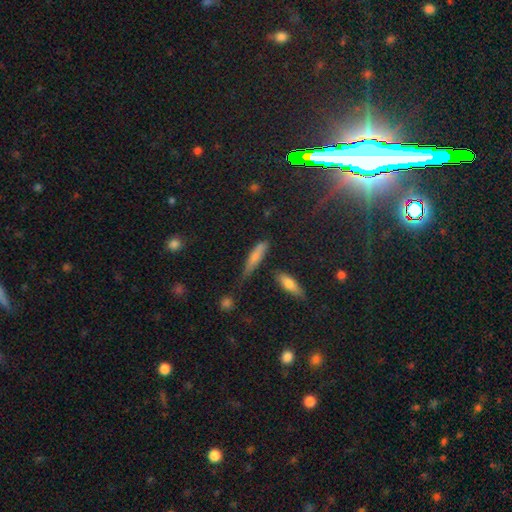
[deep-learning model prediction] smooth-or-featured: smooth: 70% | featured or disk: 19% | star or artifact: 10%
  how-rounded: cigar-shaped: 74% | in between: 22% | round: 4%
  merging: none: 57% | minor disturbance: 27% | major disturbance: 8% | merger: 7%